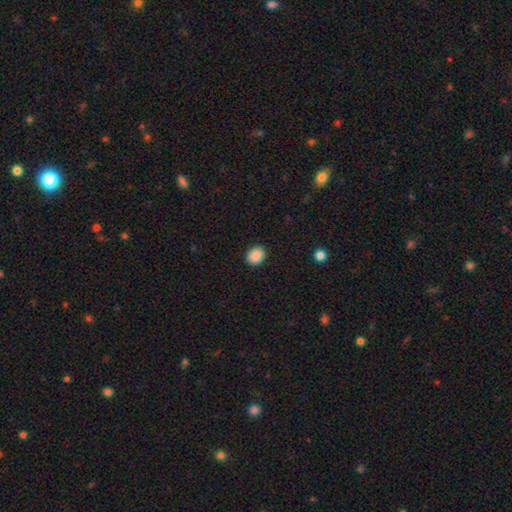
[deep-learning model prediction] smooth-or-featured: smooth: 89% | star or artifact: 8% | featured or disk: 3%
  how-rounded: round: 57% | in between: 42% | cigar-shaped: 1%
  merging: none: 90% | minor disturbance: 7% | major disturbance: 2% | merger: 1%